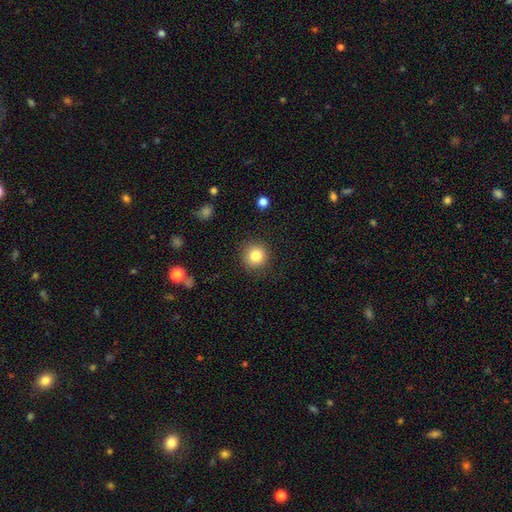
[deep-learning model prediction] Smooth or featured? smooth (83%)
How rounded? round (93%)
Merging? none (88%)